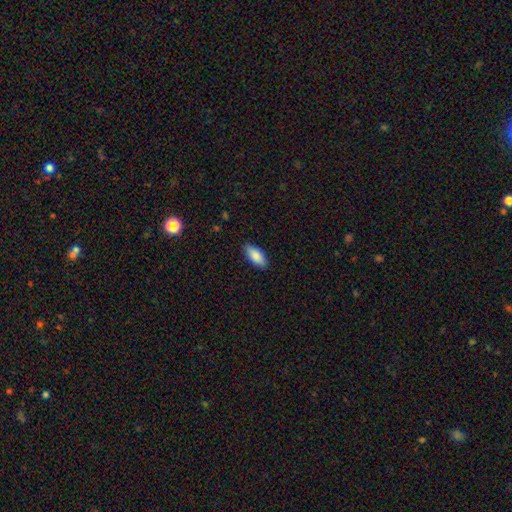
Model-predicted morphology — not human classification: Smooth or featured: smooth — 85% (featured or disk — 9%)
How rounded: in between — 83% (cigar-shaped — 15%)
Merging: none — 87% (minor disturbance — 10%)